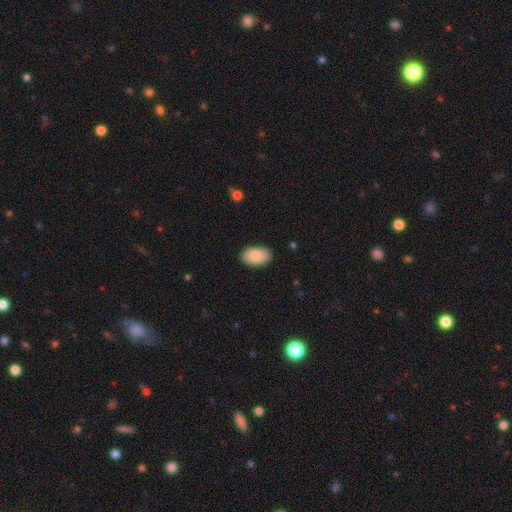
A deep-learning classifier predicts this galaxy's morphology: The model was most divided on "merging": none: 88%, minor disturbance: 9%, major disturbance: 2%, merger: 1%. More confident: how rounded — in between (93%); smooth or featured — smooth (87%).